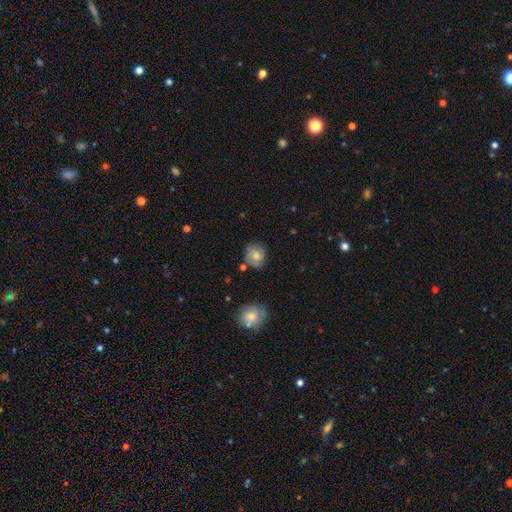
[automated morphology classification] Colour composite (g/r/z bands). It shows a smooth galaxy with no disk features (59%) that is round (73%). Merging: none (70%).